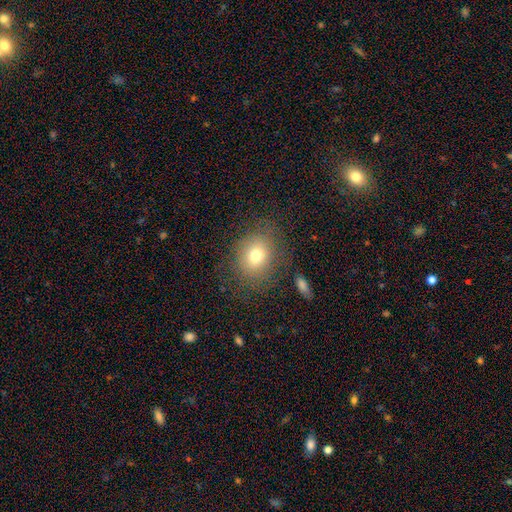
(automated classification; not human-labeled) Smooth or featured: smooth — 74% (featured or disk — 14%)
How rounded: round — 58% (in between — 41%)
Merging: none — 76% (minor disturbance — 14%)